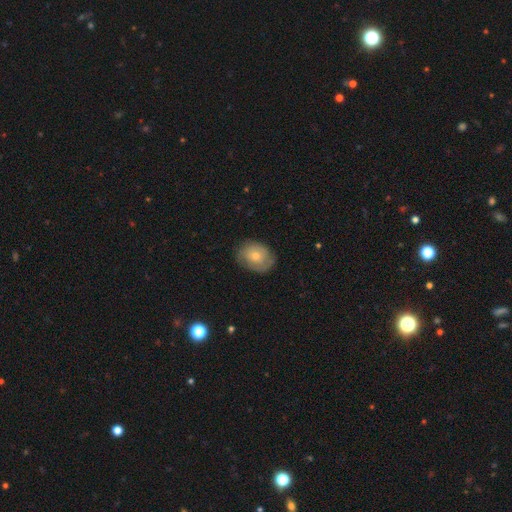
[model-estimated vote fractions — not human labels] Smooth or featured? Predicted: featured or disk (p=0.47). Merging? Predicted: none (p=0.75).